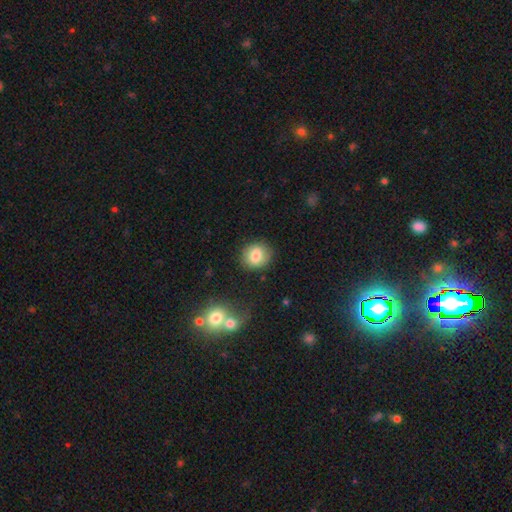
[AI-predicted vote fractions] A smooth galaxy with no disk features (80%) that is round (78%).

Vote fractions:
- Smooth or featured? smooth: 80% / featured or disk: 11% / star or artifact: 9%
- How rounded? round: 78% / in between: 21% / cigar-shaped: 1%
- Merging? none: 84% / minor disturbance: 11% / major disturbance: 3% / merger: 2%